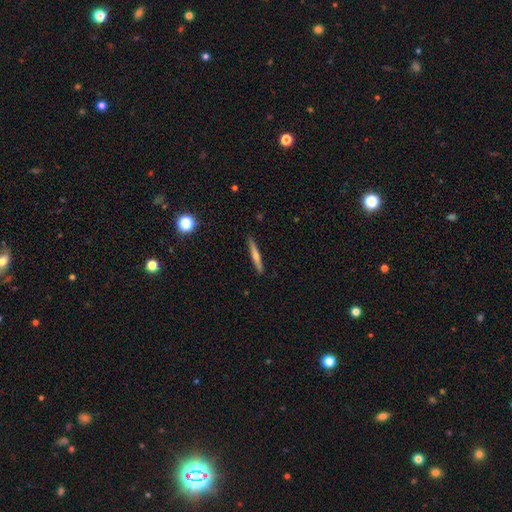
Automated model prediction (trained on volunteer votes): A featured or disk galaxy (55%) viewed edge-on (97%) with a rounded central bulge (80%). Merging: none (90%).